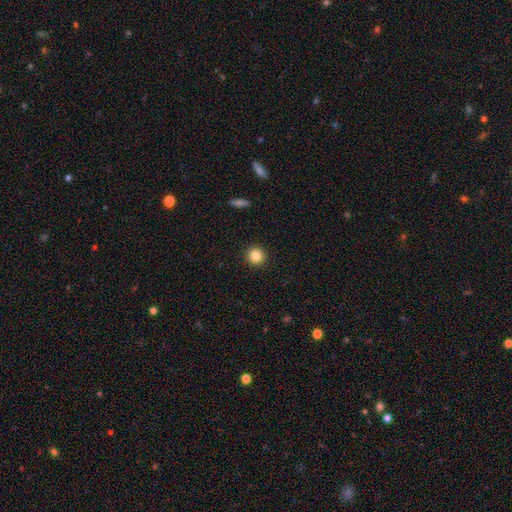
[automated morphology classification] The model was most divided on "smooth or featured": smooth: 84%, star or artifact: 10%, featured or disk: 5%. More confident: how rounded — round (93%); merging — none (93%).